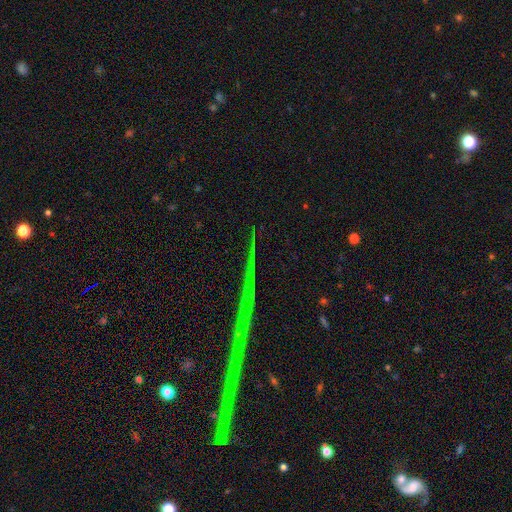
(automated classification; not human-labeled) Smooth or featured? star or artifact (80%)